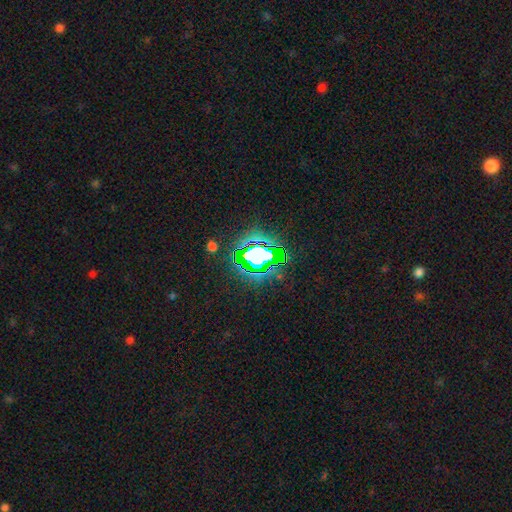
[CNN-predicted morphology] This is likely a star or artifact rather than a galaxy (72%).